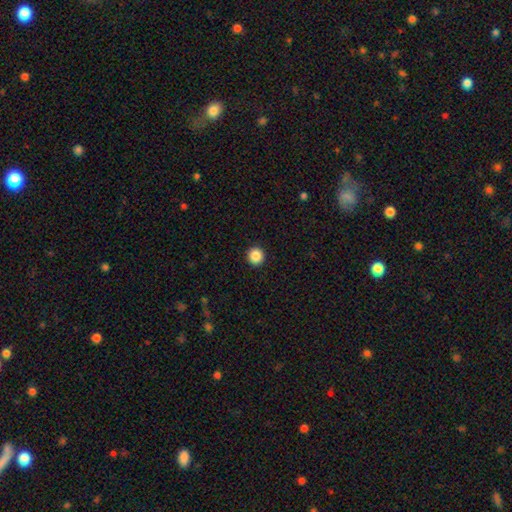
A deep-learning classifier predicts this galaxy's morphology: Smooth or featured: smooth — 87% (star or artifact — 9%)
How rounded: round — 95% (in between — 4%)
Merging: none — 94% (minor disturbance — 4%)